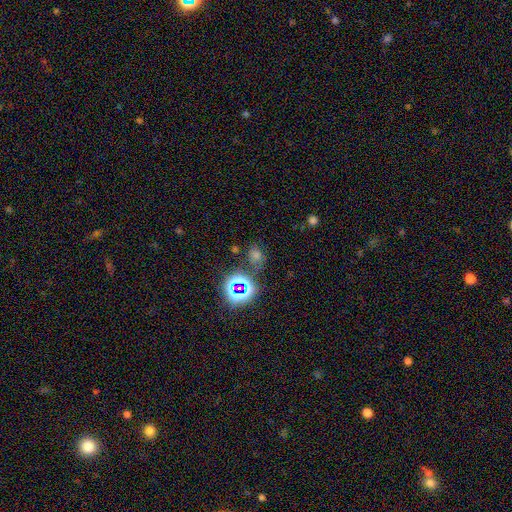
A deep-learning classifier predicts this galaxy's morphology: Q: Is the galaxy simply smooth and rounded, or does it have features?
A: star or artifact — 49%.